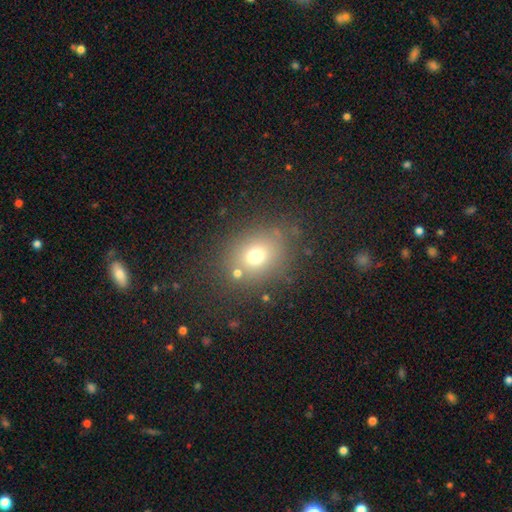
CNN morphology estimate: Smooth or featured: smooth — 70% (star or artifact — 17%)
How rounded: round — 58% (in between — 41%)
Merging: none — 75% (minor disturbance — 12%)